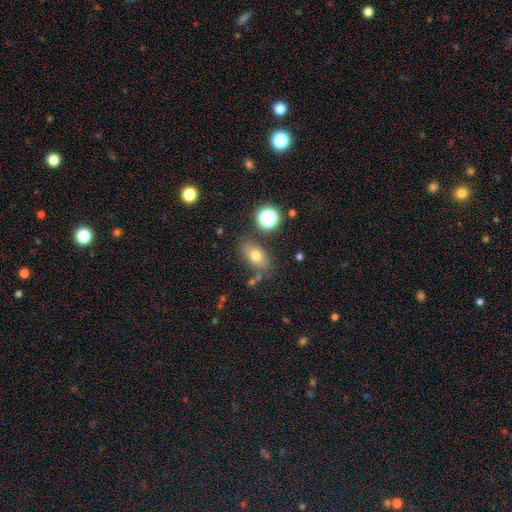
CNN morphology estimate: This is likely a smooth galaxy (70%). How rounded: clearly in between (82%). Merging: likely none (74%).